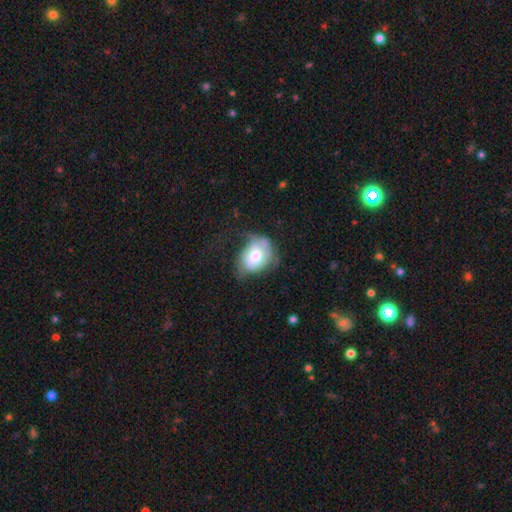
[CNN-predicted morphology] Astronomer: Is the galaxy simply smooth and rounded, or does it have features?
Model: smooth — 51% (runner-up: featured or disk, 41%).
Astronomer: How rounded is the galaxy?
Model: in between — 56% (runner-up: round, 43%).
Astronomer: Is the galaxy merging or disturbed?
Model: major disturbance — 33% (runner-up: none, 32%).